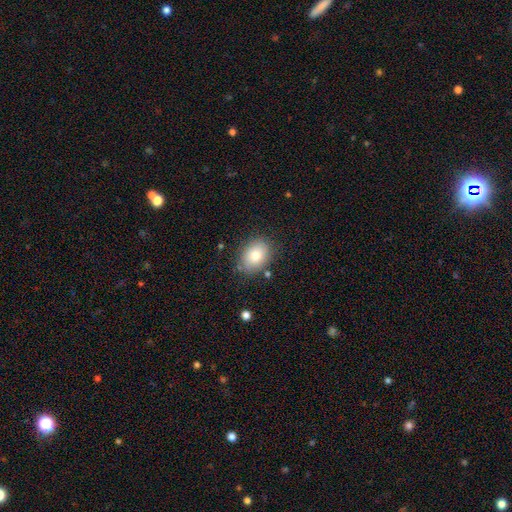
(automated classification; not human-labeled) Morphology: type=smooth (80%); roundness=in between (74%); merging=none (81%).